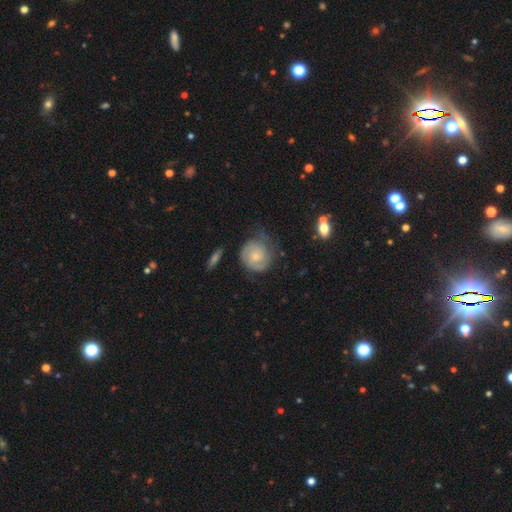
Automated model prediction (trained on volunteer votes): Overall: featured or disk (67%; smooth 27%). Edge-on disk: no (97%). Bar: no (72%). Spiral arms: yes (92%). Spiral arm count: 2 (54%; can't tell 23%). Spiral winding: tight (61%; medium 30%). Bulge size: small (56%; moderate 35%). Merging: none (61%; minor disturbance 25%).